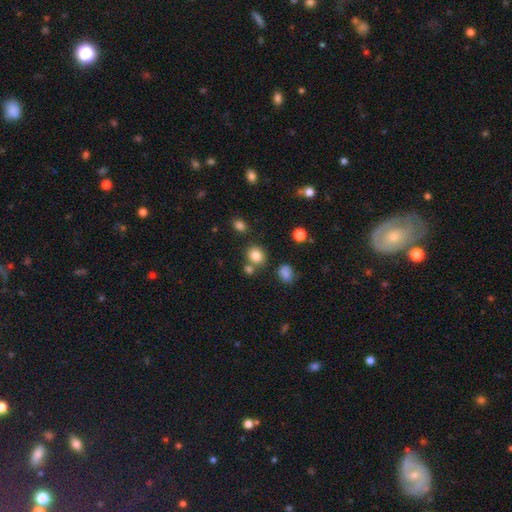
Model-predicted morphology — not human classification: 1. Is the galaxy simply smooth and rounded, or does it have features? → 82% smooth, 12% star or artifact, 6% featured or disk.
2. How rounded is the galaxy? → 68% round, 31% in between, 1% cigar-shaped.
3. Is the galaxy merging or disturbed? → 70% none, 16% merger, 10% minor disturbance, 4% major disturbance.